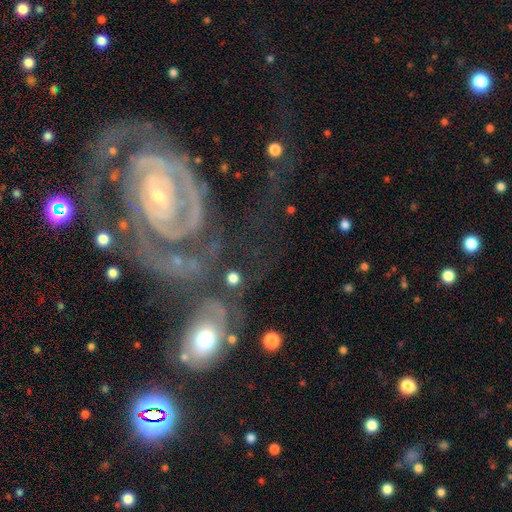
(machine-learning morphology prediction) featured or disk 86%, star or artifact 7%, smooth 7%. Down the decision tree: edge-on disk — no (96%); bar — no (59%); spiral arms — yes (94%); spiral arm count — 2 (46%); spiral winding — tight (72%); bulge size — small (81%); merging — none (48%).